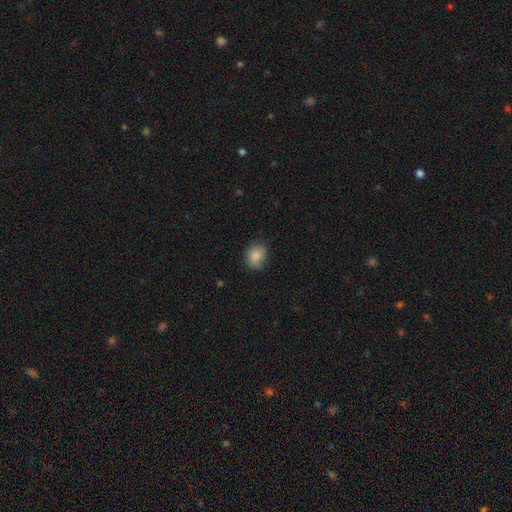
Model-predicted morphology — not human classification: smooth_or_featured: smooth (p=0.85) [alt: star or artifact p=0.09]
how_rounded: round (p=0.58) [alt: in between p=0.41]
merging: none (p=0.72) [alt: minor disturbance p=0.22]